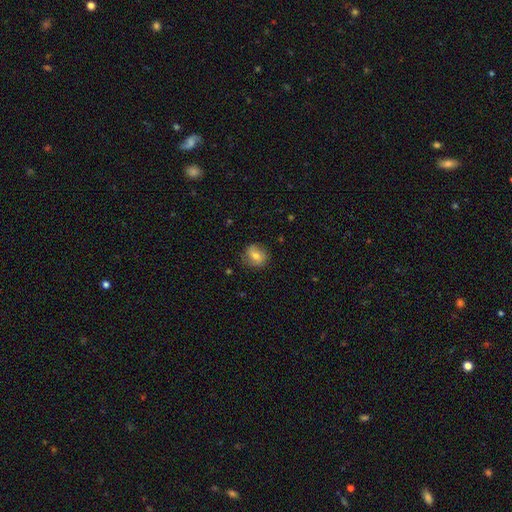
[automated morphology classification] This is likely a smooth galaxy (66%). How rounded: likely round (71%). Merging: likely none (79%).